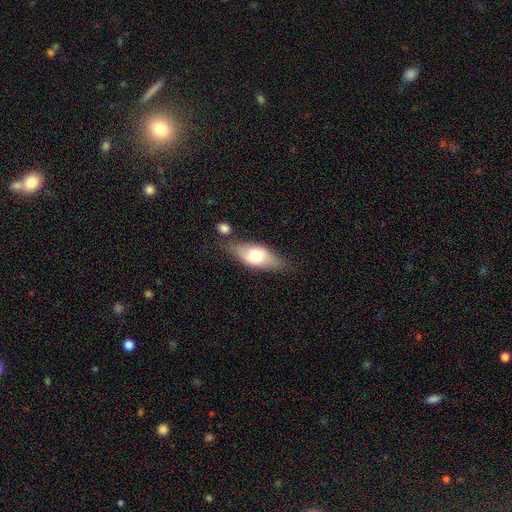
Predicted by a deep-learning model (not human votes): Smooth or featured?
  - smooth: 60% *
  - featured or disk: 34%
  - star or artifact: 7%
How rounded?
  - in between: 79% *
  - cigar-shaped: 17%
  - round: 4%
Merging?
  - none: 64% *
  - minor disturbance: 21%
  - merger: 8%
  - major disturbance: 6%